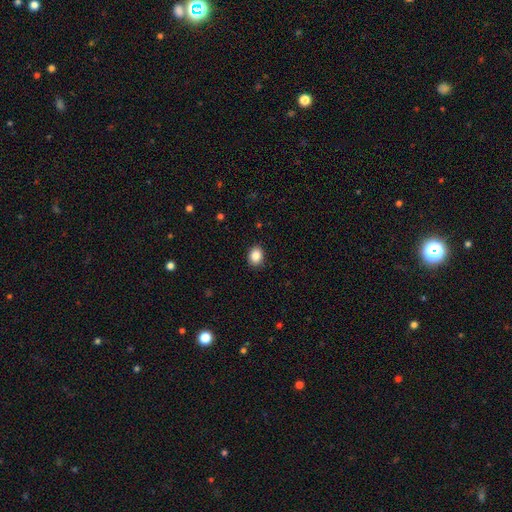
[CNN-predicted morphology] This is clearly a smooth galaxy (87%). How rounded: possibly in between (52%). Merging: clearly none (89%).